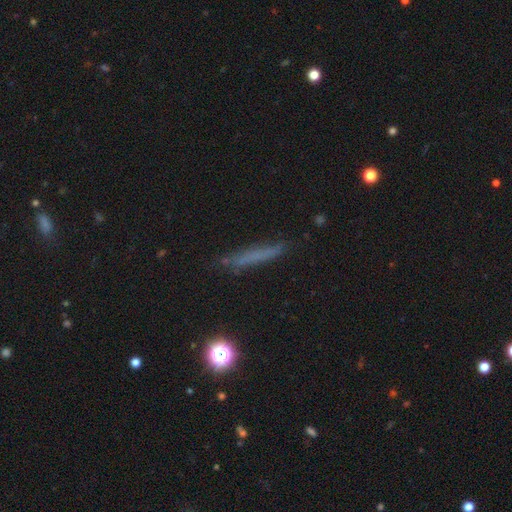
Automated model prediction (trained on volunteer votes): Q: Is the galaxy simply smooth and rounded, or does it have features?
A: smooth — 58%.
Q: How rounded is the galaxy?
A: cigar-shaped — 93%.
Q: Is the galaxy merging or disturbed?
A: none — 81%.